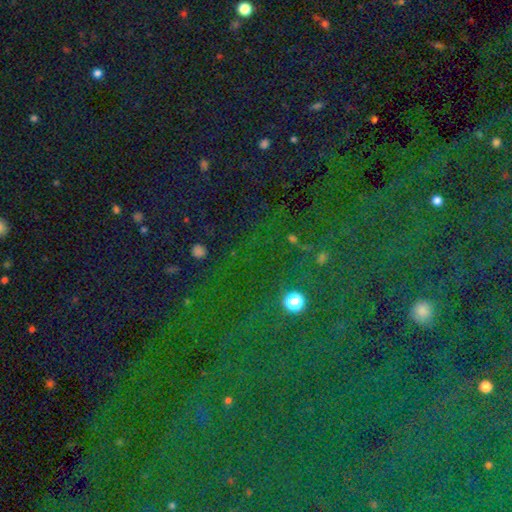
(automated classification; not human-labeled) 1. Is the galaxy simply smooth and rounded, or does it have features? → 85% star or artifact, 9% smooth, 7% featured or disk.